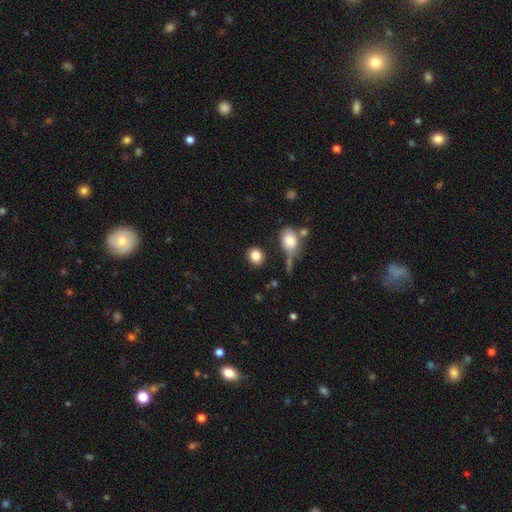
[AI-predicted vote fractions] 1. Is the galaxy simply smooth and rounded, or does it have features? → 85% smooth, 9% star or artifact, 6% featured or disk.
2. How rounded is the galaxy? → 66% round, 32% in between, 1% cigar-shaped.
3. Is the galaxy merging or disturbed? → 81% none, 10% minor disturbance, 6% merger, 4% major disturbance.